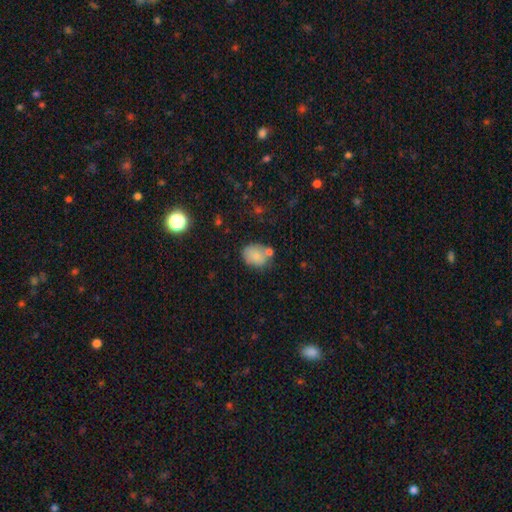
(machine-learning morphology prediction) smooth-or-featured: smooth: 79% | featured or disk: 12% | star or artifact: 10%
  how-rounded: in between: 59% | round: 40% | cigar-shaped: 1%
  merging: none: 57% | minor disturbance: 19% | merger: 19% | major disturbance: 6%